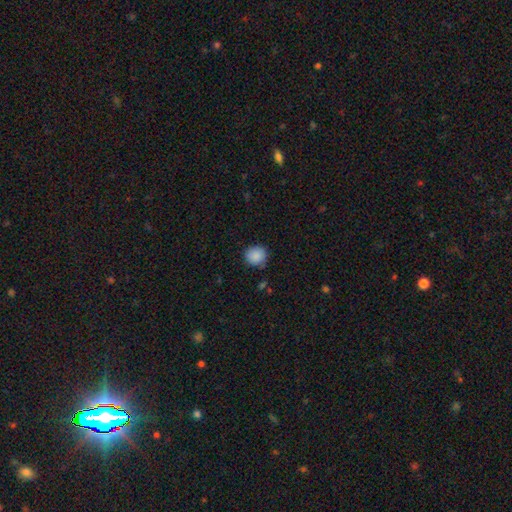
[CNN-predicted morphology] smooth-or-featured: smooth: 88% | star or artifact: 8% | featured or disk: 4%
  how-rounded: round: 87% | in between: 12% | cigar-shaped: 1%
  merging: none: 82% | minor disturbance: 14% | major disturbance: 3% | merger: 2%